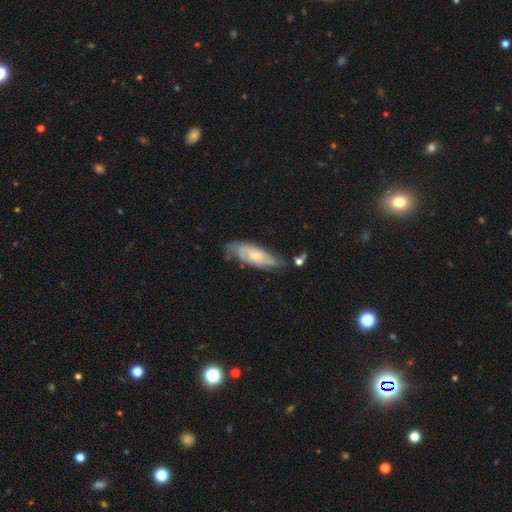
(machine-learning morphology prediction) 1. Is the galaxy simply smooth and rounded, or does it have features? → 60% featured or disk, 34% smooth, 6% star or artifact.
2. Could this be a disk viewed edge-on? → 84% no, 16% yes.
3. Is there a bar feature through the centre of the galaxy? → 70% no, 25% weak, 4% strong.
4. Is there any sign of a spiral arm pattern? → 85% yes, 15% no.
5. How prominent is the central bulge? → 54% small, 37% moderate, 5% none, 3% large, 1% dominant.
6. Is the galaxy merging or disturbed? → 54% none, 30% minor disturbance, 11% major disturbance, 5% merger.